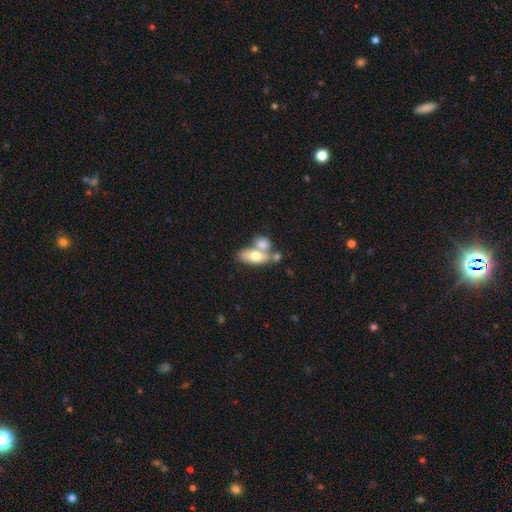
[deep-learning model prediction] Smooth or featured? Predicted: smooth (p=0.67). How rounded? Predicted: in between (p=0.83). Merging? Predicted: merger (p=0.51).